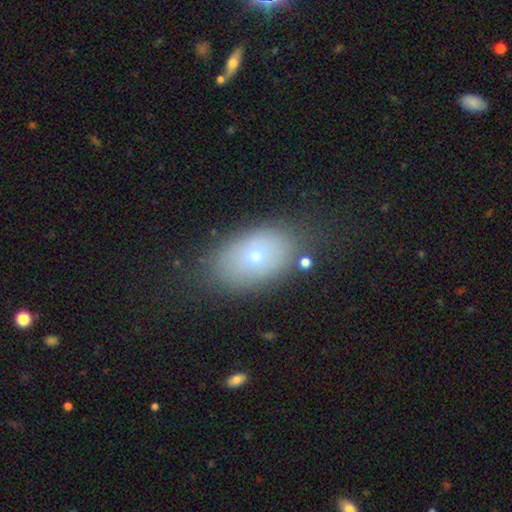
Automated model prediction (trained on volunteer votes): Smooth or featured? Predicted: smooth (p=0.67). How rounded? Predicted: in between (p=0.83). Merging? Predicted: none (p=0.74).